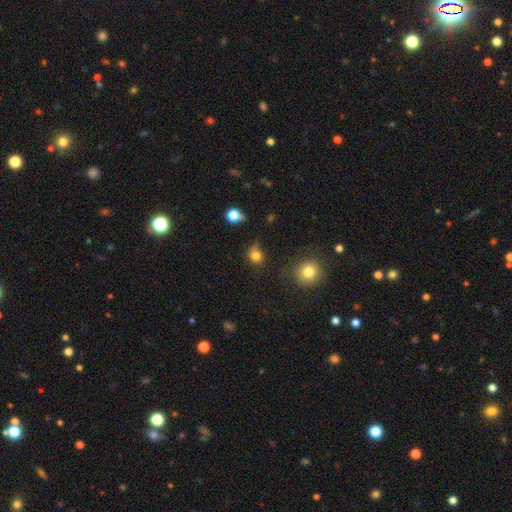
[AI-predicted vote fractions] smooth-or-featured: smooth: 79% | star or artifact: 14% | featured or disk: 7%
  how-rounded: round: 77% | in between: 22% | cigar-shaped: 1%
  merging: none: 55% | minor disturbance: 27% | major disturbance: 13% | merger: 5%